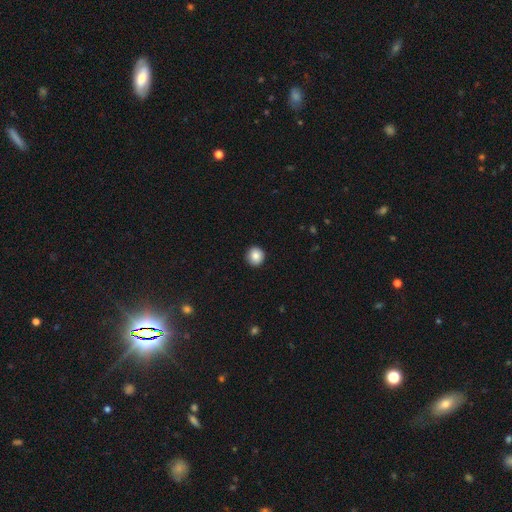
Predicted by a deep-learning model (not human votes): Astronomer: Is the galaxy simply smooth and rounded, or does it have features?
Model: smooth — 86%.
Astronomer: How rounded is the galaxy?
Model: round — 93%.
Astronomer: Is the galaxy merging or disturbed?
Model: none — 92%.